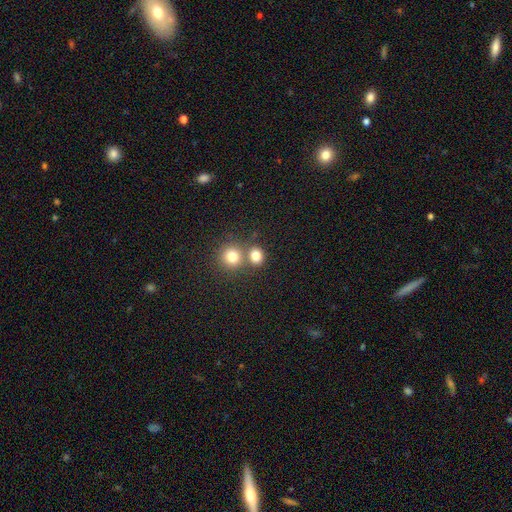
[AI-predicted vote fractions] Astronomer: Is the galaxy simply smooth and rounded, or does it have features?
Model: smooth — 79%.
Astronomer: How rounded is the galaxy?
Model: round — 71%.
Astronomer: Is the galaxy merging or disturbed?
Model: none — 58%.